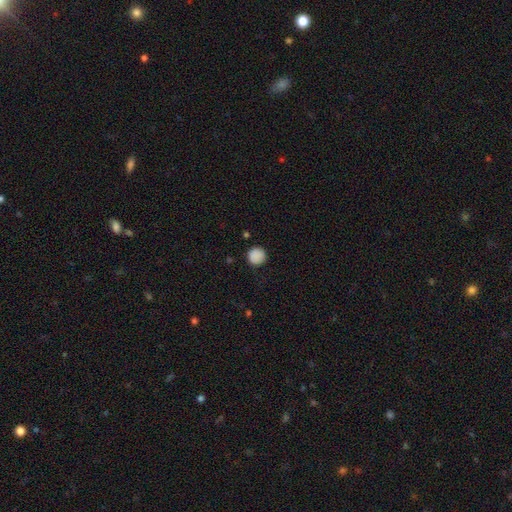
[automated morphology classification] Smooth or featured? smooth (87%)
How rounded? round (93%)
Merging? none (86%)